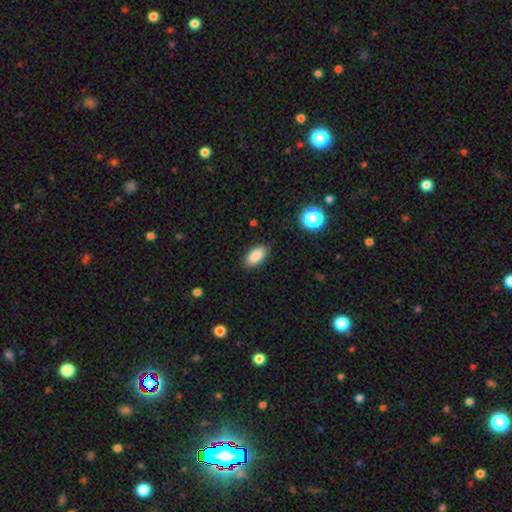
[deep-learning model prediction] Overall: smooth (86%). How rounded: in between (90%). Merging: none (87%).